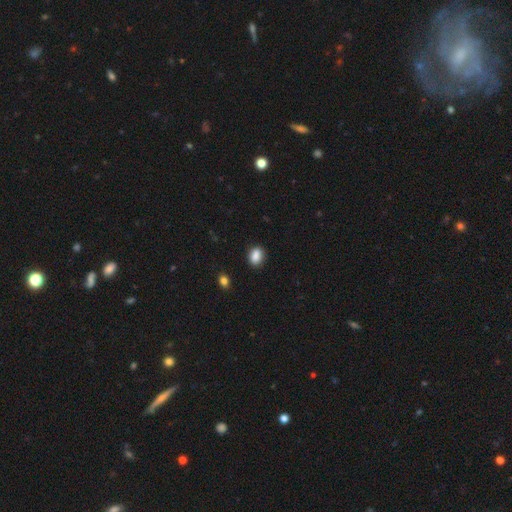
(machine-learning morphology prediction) Overall: smooth (87%). How rounded: in between (68%; round 31%). Merging: none (84%).